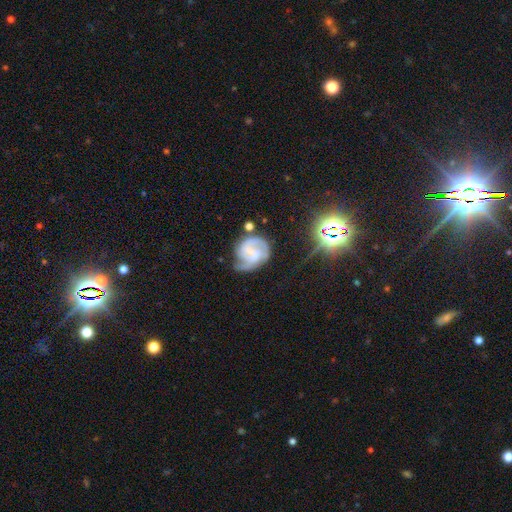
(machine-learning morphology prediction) This is likely a featured or disk galaxy (79%). It is clearly not viewed edge-on (98%). Bar: marginally weak (45%). Spiral arm pattern: clearly yes (94%). Spiral arm count: likely 2 (65%). Spiral winding: possibly medium (46%). Central bulge: marginally none (44%). Merging: possibly none (55%).